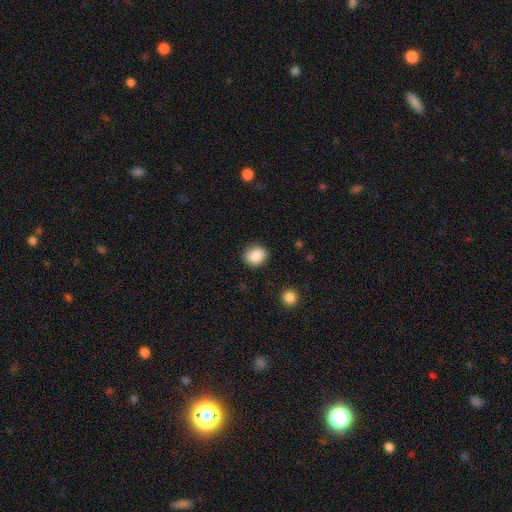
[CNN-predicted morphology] smooth 88%, star or artifact 8%, featured or disk 4%. Down the decision tree: how rounded — round (66%); merging — none (88%).